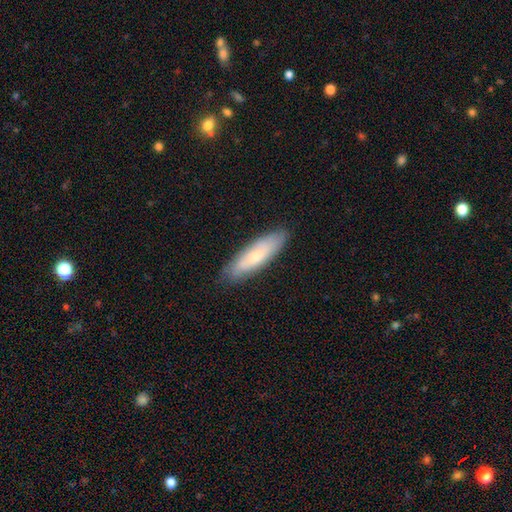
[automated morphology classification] Smooth or featured? smooth (62%)
How rounded? cigar-shaped (57%)
Merging? none (83%)